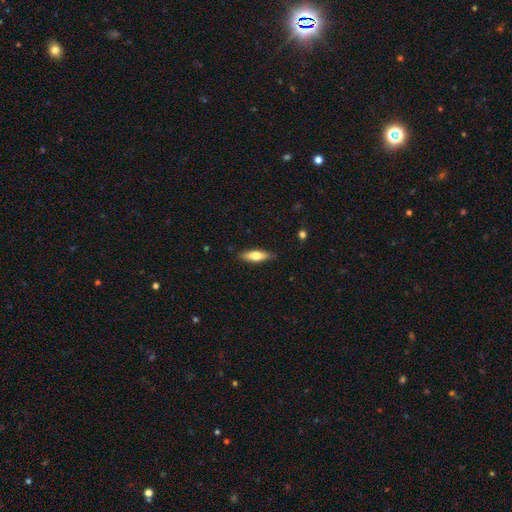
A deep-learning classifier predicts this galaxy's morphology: This is likely a smooth galaxy (68%). How rounded: possibly in between (49%, tied with cigar-shaped). Merging: clearly none (85%).